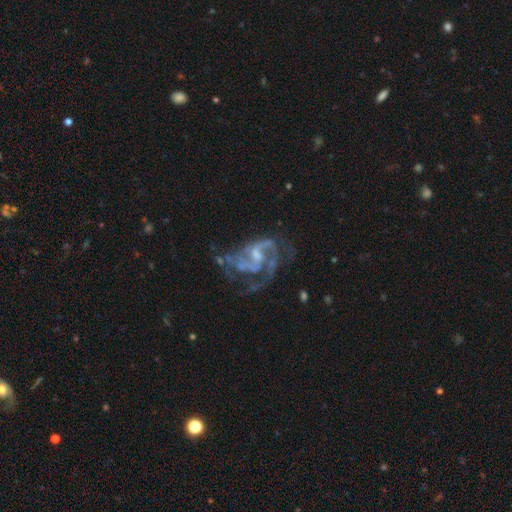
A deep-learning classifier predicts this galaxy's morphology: smooth-or-featured: featured or disk: 86% | star or artifact: 8% | smooth: 6%
  disk-edge-on: no: 98% | yes: 2%
    bar: weak: 48% | no: 39% | strong: 14%
    has-spiral-arms: yes: 91% | no: 9%
      spiral-winding: medium: 51% | loose: 29% | tight: 21%
      spiral-arm-count: 2: 50% | 3: 19% | can't tell: 17% | 1: 7% | 4: 5% | more than 4: 4%
    bulge-size: small: 40% | moderate: 36% | none: 19% | large: 4% | dominant: 1%
  merging: none: 38% (tied) | major disturbance: 38% (tied) | minor disturbance: 18% | merger: 6%